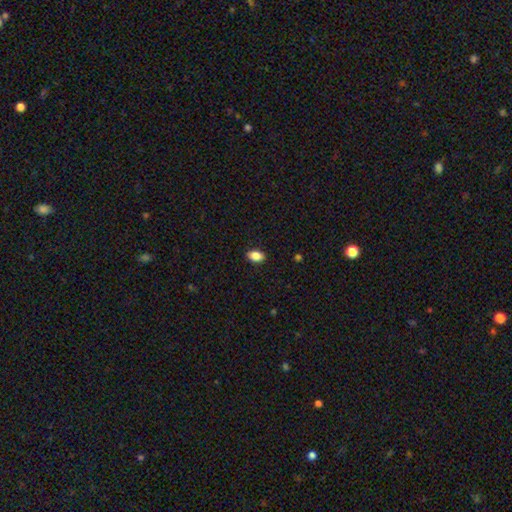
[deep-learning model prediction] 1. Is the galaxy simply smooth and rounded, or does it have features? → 87% smooth, 8% star or artifact, 5% featured or disk.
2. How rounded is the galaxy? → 89% in between, 9% round, 2% cigar-shaped.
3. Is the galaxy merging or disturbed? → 88% none, 9% minor disturbance, 2% major disturbance, 1% merger.